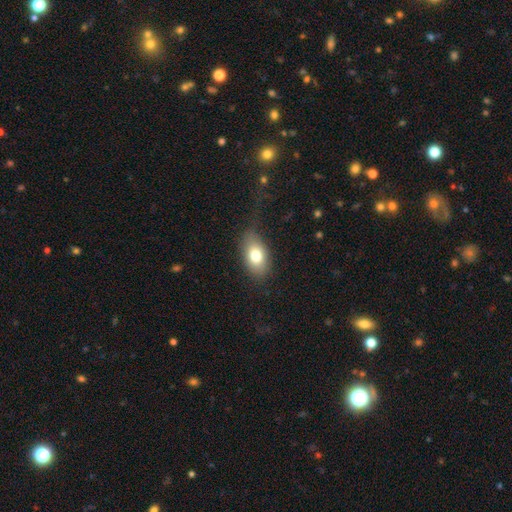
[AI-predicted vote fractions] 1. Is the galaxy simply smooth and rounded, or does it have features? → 75% smooth, 16% featured or disk, 9% star or artifact.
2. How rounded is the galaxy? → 87% in between, 11% round, 2% cigar-shaped.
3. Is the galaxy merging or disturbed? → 71% none, 19% minor disturbance, 9% major disturbance, 1% merger.